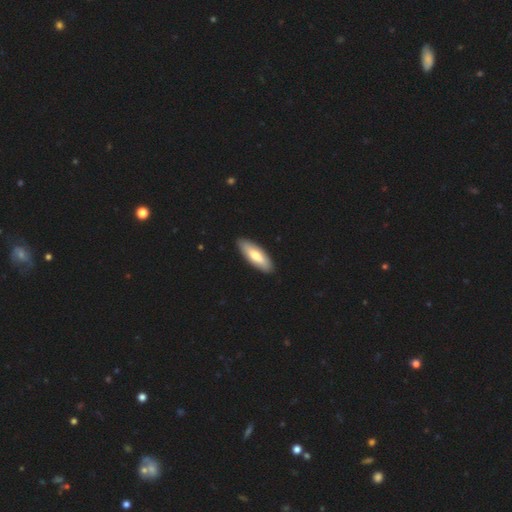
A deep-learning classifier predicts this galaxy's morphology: type=smooth (71%); roundness=in between (68%); merging=none (90%).